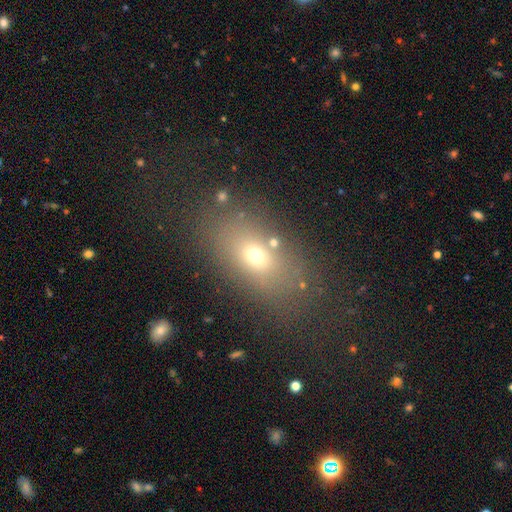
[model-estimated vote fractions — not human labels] Smooth or featured?
  - smooth: 64% *
  - star or artifact: 19%
  - featured or disk: 18%
How rounded?
  - in between: 77% *
  - round: 19%
  - cigar-shaped: 4%
Merging?
  - none: 75% *
  - minor disturbance: 13%
  - major disturbance: 8%
  - merger: 5%